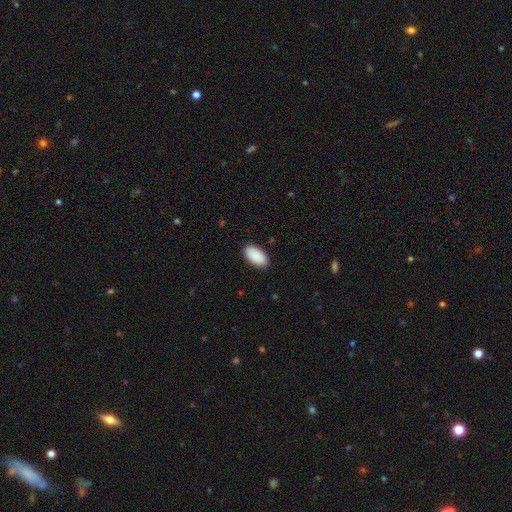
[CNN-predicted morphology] The model was most divided on "merging": none: 89%, minor disturbance: 8%, major disturbance: 2%, merger: 1%. More confident: how rounded — in between (96%); smooth or featured — smooth (91%).